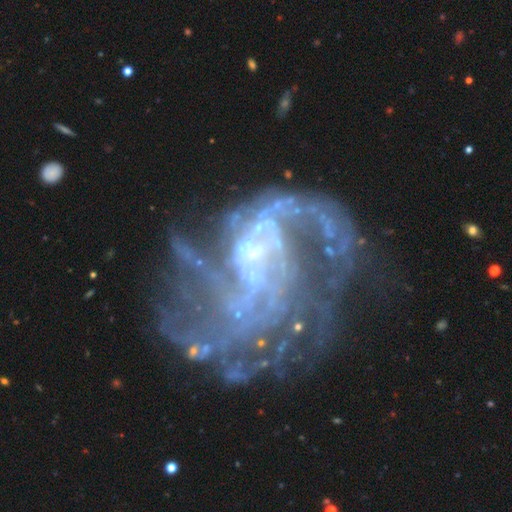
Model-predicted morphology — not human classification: The model was most divided on "spiral winding": loose: 41%, medium: 40%, tight: 19%. Remaining: edge-on disk — no (98%); spiral arms — yes (91%); smooth or featured — featured or disk (88%); bulge size — small (51%); bar — no (47%); merging — major disturbance (40%); spiral arm count — 2 (31%).